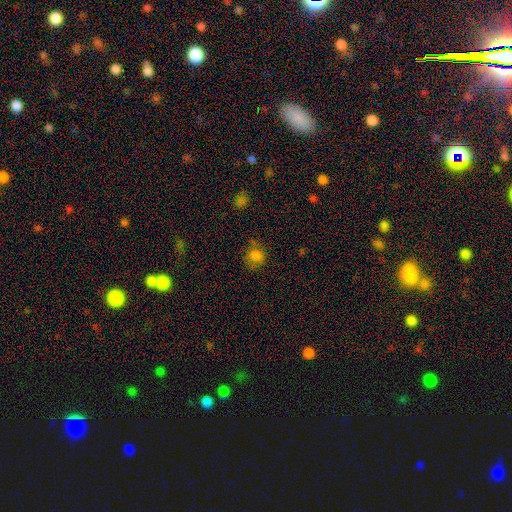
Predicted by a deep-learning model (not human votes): Q: Smooth or featured?
A: smooth (79%); runner-up: star or artifact (15%)
Q: How rounded?
A: round (83%); runner-up: in between (16%)
Q: Merging?
A: none (67%); runner-up: minor disturbance (21%)